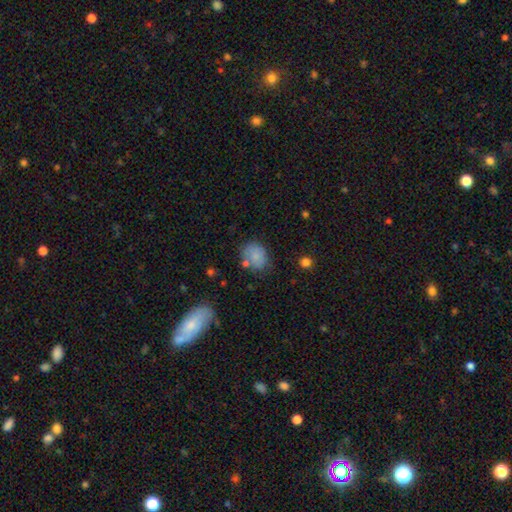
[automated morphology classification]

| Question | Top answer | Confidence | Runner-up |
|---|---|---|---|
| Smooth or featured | smooth | 79% | featured or disk (11%) |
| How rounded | round | 53% | in between (46%) |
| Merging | none | 62% | minor disturbance (22%) |